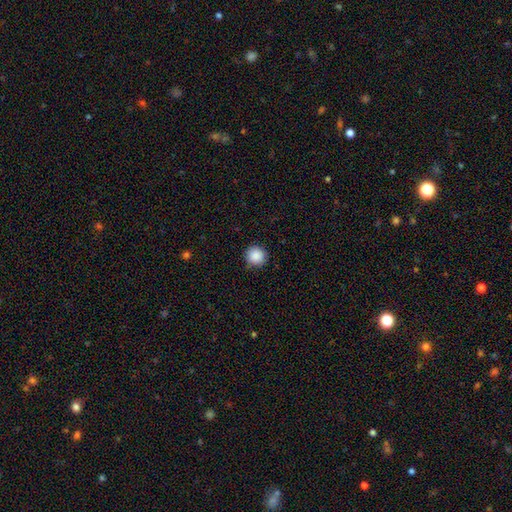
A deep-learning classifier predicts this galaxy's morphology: A smooth galaxy with no disk features (89%) that is round (94%).

Vote fractions:
- Smooth or featured? smooth: 89% / star or artifact: 9% / featured or disk: 3%
- How rounded? round: 94% / in between: 5% / cigar-shaped: 1%
- Merging? none: 89% / minor disturbance: 8% / major disturbance: 2% / merger: 1%